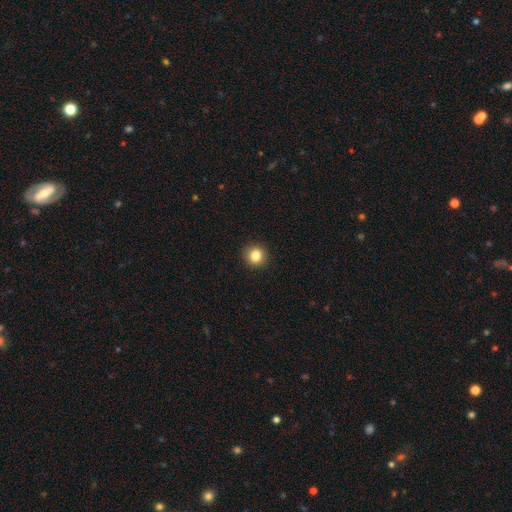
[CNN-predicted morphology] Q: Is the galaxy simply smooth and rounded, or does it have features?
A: smooth — 83%.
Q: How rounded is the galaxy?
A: round — 90%.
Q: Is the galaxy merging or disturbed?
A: none — 92%.